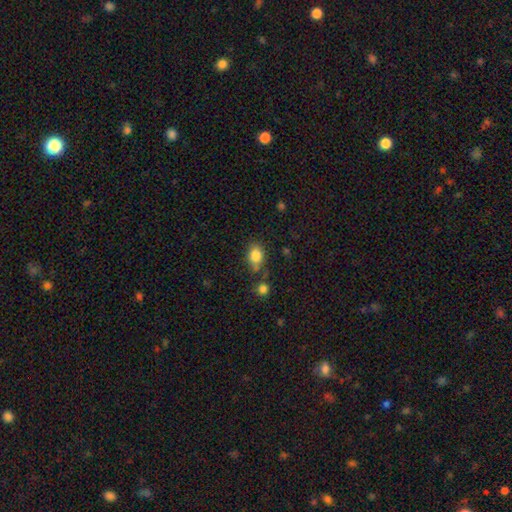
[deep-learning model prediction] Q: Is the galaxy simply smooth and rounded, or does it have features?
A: smooth — 83%.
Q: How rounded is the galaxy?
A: in between — 66%.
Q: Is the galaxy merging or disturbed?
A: none — 65%.